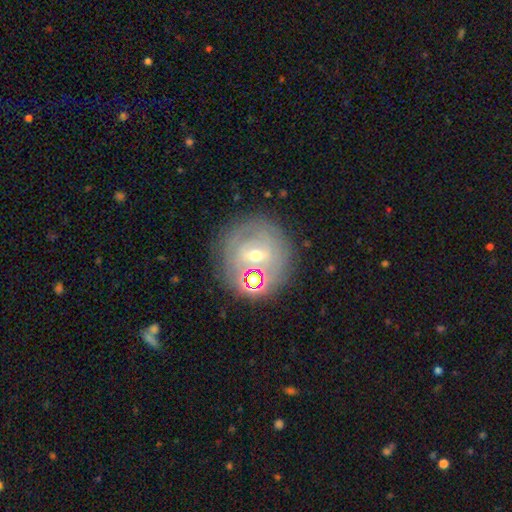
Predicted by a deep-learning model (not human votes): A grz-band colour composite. It shows a featured or disk galaxy (59%) with a weak bar (42%), spiral arms (62%) and a moderate central bulge (51%). Merging: none (74%).